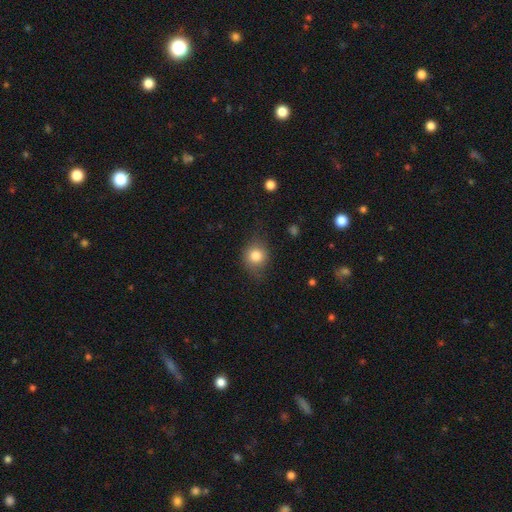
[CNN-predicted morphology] type=smooth (80%); roundness=round (76%); merging=none (69%).